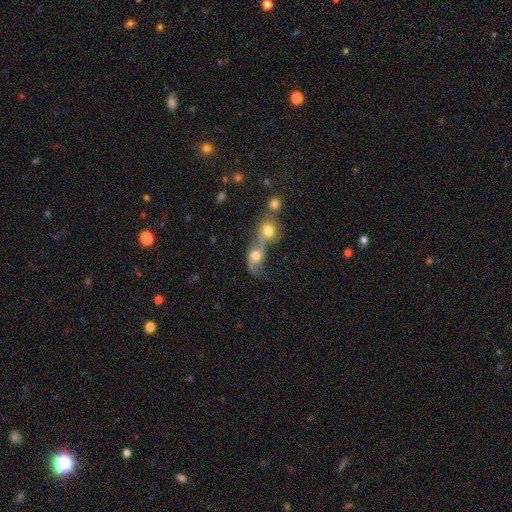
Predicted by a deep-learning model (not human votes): Overall: smooth (48%; featured or disk 40%). Merging: merger (61%).